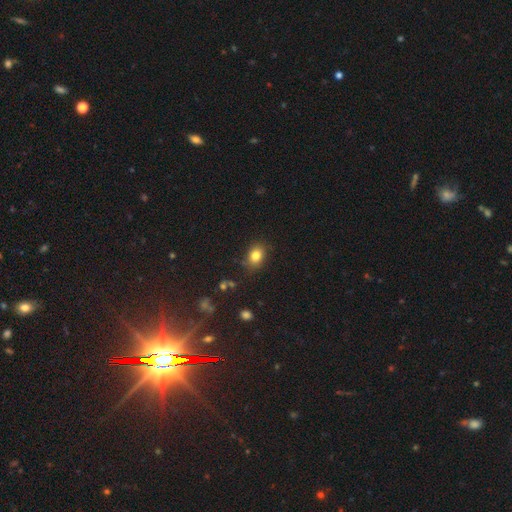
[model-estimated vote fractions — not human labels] smooth 82%, star or artifact 11%, featured or disk 7%. Down the decision tree: how rounded — in between (59%); merging — none (81%).